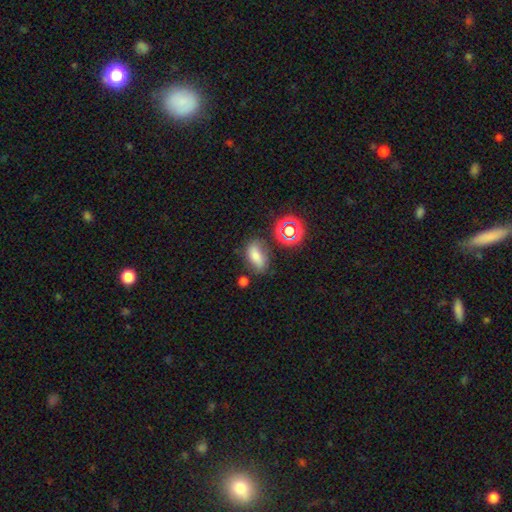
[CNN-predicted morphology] smooth-or-featured: smooth: 68% | star or artifact: 16% | featured or disk: 15%
  how-rounded: in between: 79% | round: 12% | cigar-shaped: 9%
  merging: none: 66% | minor disturbance: 21% | merger: 7% | major disturbance: 6%